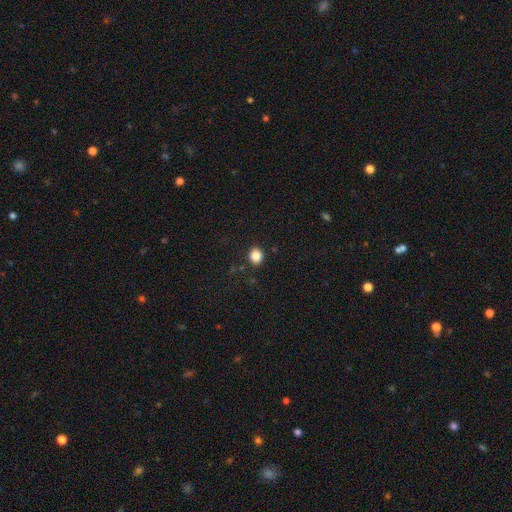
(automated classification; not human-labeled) Smooth or featured?
  - smooth: 85% *
  - star or artifact: 11%
  - featured or disk: 4%
How rounded?
  - round: 61% *
  - in between: 38%
  - cigar-shaped: 1%
Merging?
  - none: 88% *
  - minor disturbance: 8%
  - major disturbance: 2%
  - merger: 2%